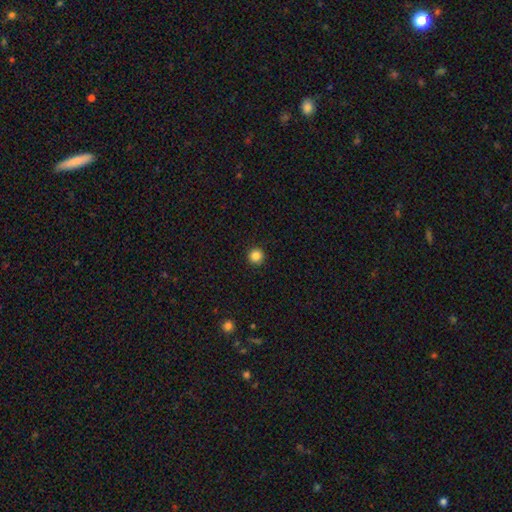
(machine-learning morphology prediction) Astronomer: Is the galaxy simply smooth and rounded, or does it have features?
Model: smooth — 86%.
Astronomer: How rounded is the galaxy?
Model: round — 96%.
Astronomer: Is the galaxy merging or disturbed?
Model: none — 93%.